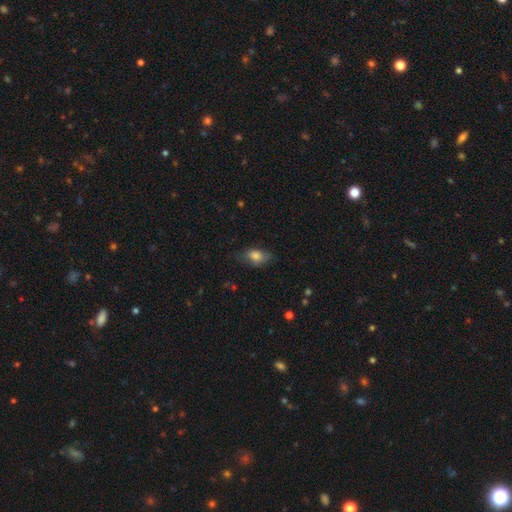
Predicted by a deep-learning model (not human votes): This is likely a smooth galaxy (77%). How rounded: clearly in between (84%). Merging: possibly none (58%).